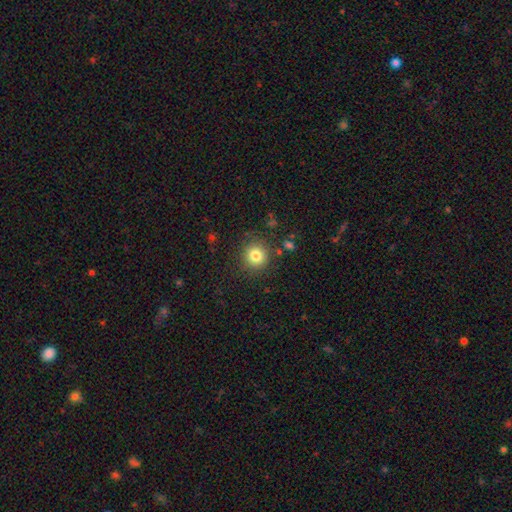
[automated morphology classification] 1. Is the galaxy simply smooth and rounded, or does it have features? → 82% smooth, 12% star or artifact, 7% featured or disk.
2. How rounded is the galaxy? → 90% round, 9% in between, 1% cigar-shaped.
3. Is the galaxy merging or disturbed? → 87% none, 8% minor disturbance, 3% major disturbance, 2% merger.